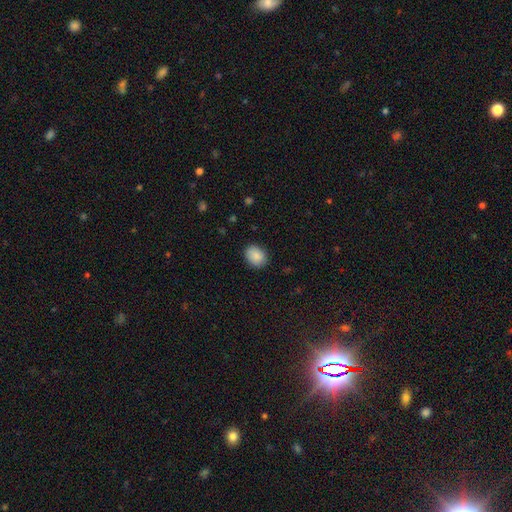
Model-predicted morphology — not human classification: Smooth or featured: smooth — 88% (star or artifact — 8%)
How rounded: in between — 55% (round — 45%)
Merging: none — 87% (minor disturbance — 10%)